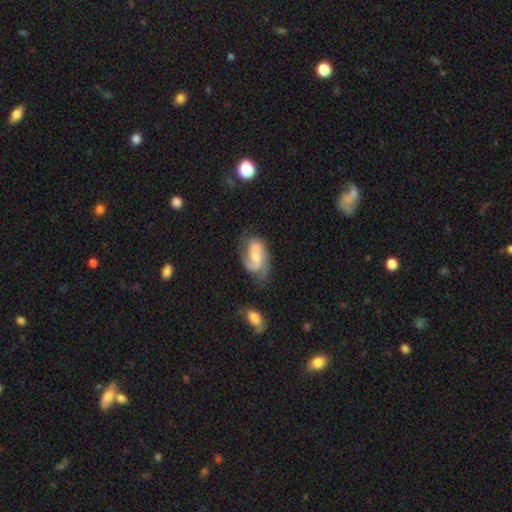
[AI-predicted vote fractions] Smooth or featured: featured or disk — 71% (smooth — 22%)
Edge-on disk: no — 97% (yes — 3%)
Bar: no — 53% (weak — 39%)
Spiral arms: yes — 92% (no — 8%)
Spiral winding: medium — 46% (loose — 32%)
Spiral arm count: 2 — 74% (1 — 11%)
Bulge size: small — 41% (moderate — 40%)
Merging: none — 53% (minor disturbance — 26%)